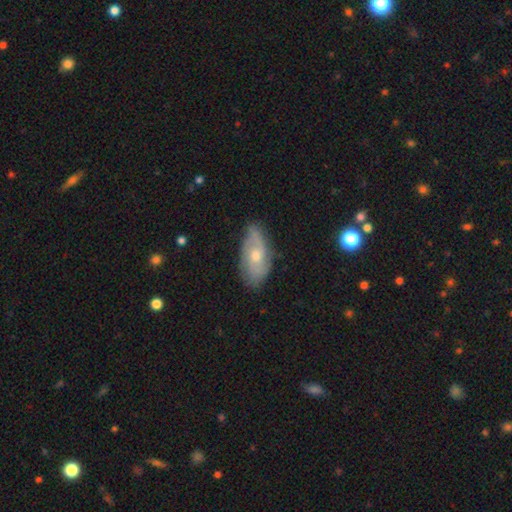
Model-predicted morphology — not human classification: Q: Smooth or featured?
A: featured or disk (60%); runner-up: smooth (33%)
Q: Edge-on disk?
A: no (89%); runner-up: yes (11%)
Q: Bar?
A: no (71%); runner-up: weak (25%)
Q: Spiral arms?
A: yes (80%); runner-up: no (20%)
Q: Bulge size?
A: moderate (54%); runner-up: small (41%)
Q: Merging?
A: none (69%); runner-up: minor disturbance (24%)